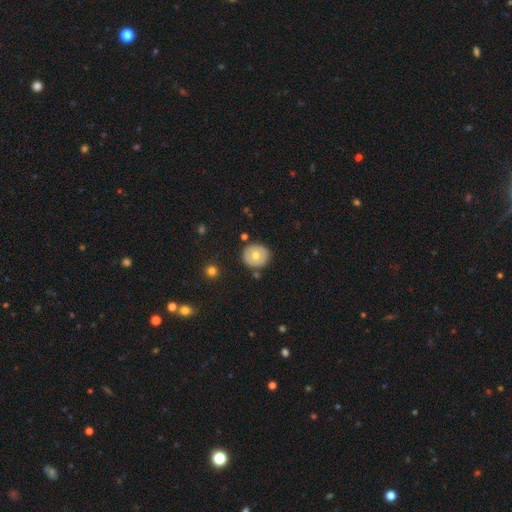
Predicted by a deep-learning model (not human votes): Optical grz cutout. It shows a smooth galaxy with no disk features (58%) that is round (81%). Merging: none (86%).